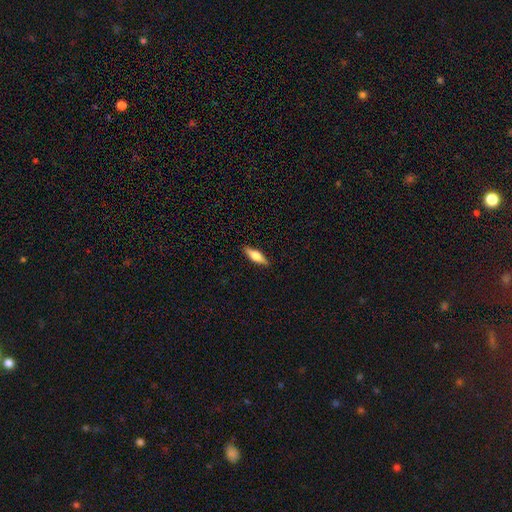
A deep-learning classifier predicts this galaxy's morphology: smooth_or_featured: smooth (p=0.49) [alt: featured or disk p=0.44]
merging: none (p=0.89) [alt: minor disturbance p=0.08]